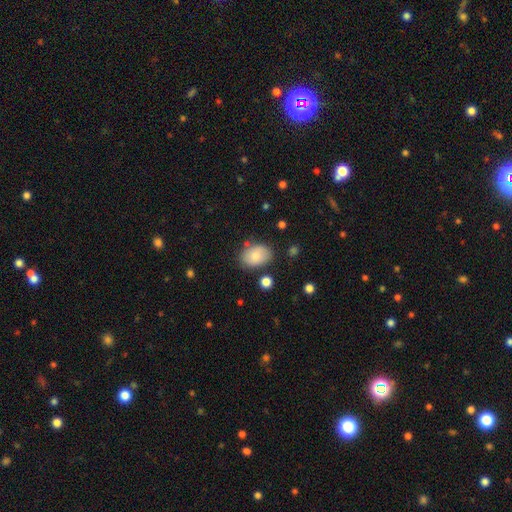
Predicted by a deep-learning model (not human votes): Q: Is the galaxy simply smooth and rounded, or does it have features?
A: smooth — 81%.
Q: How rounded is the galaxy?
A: in between — 81%.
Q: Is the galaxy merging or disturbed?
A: none — 77%.